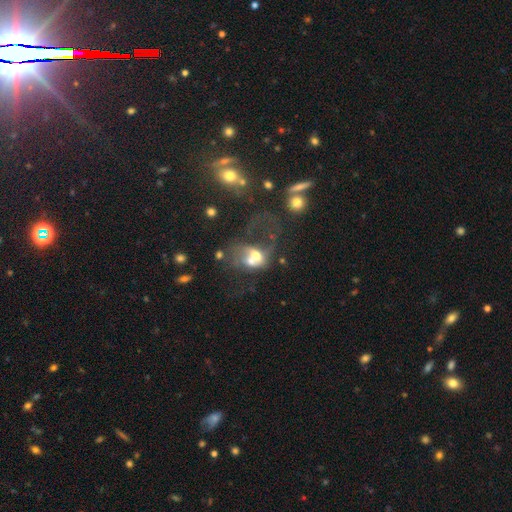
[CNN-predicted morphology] A featured or disk galaxy (46%).

Vote fractions:
- Smooth or featured? featured or disk: 46% / smooth: 40% / star or artifact: 13%
- Merging? merger: 59% / major disturbance: 24% / none: 10% / minor disturbance: 7%